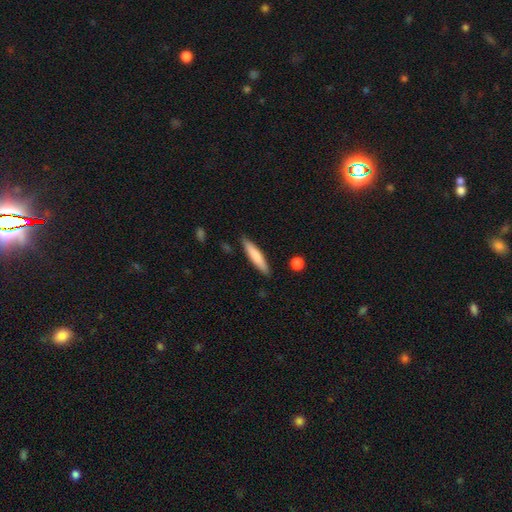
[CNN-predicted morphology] smooth-or-featured: smooth: 76% | featured or disk: 19% | star or artifact: 5%
  how-rounded: cigar-shaped: 87% | in between: 12% | round: 1%
  merging: none: 87% | minor disturbance: 9% | major disturbance: 2% | merger: 2%